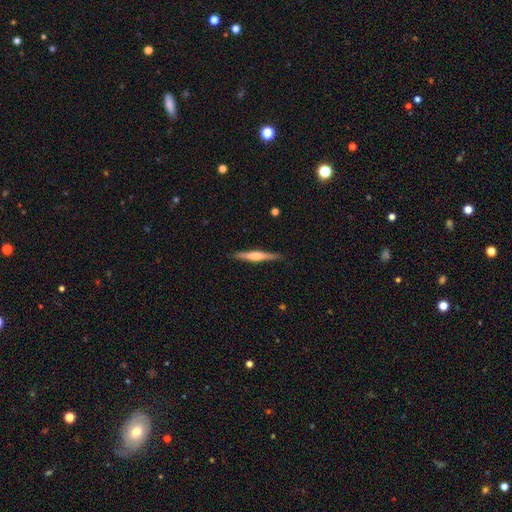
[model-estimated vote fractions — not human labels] A featured or disk galaxy (64%) viewed edge-on (97%) with a rounded central bulge (81%).

Vote fractions:
- Smooth or featured? featured or disk: 64% / smooth: 30% / star or artifact: 5%
- Edge-on disk? yes: 97% / no: 3%
- Edge-on bulge? rounded: 81% / boxy: 10% / none: 9%
- Merging? none: 89% / minor disturbance: 9% / major disturbance: 2% / merger: 1%